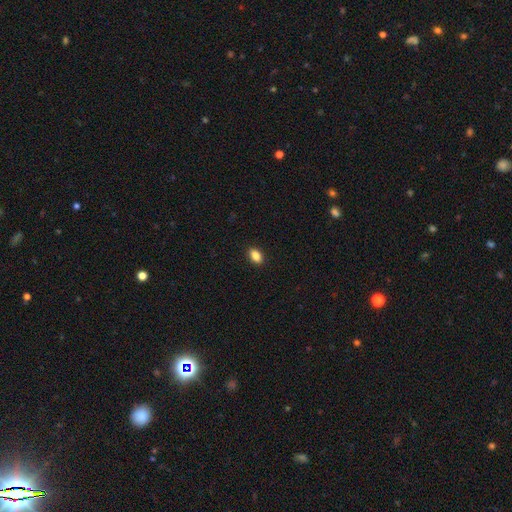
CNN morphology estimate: A smooth galaxy with no disk features (87%) that is in between round and cigar-shaped (87%).

Vote fractions:
- Smooth or featured? smooth: 87% / star or artifact: 9% / featured or disk: 5%
- How rounded? in between: 87% / round: 11% / cigar-shaped: 2%
- Merging? none: 90% / minor disturbance: 7% / major disturbance: 2% / merger: 1%